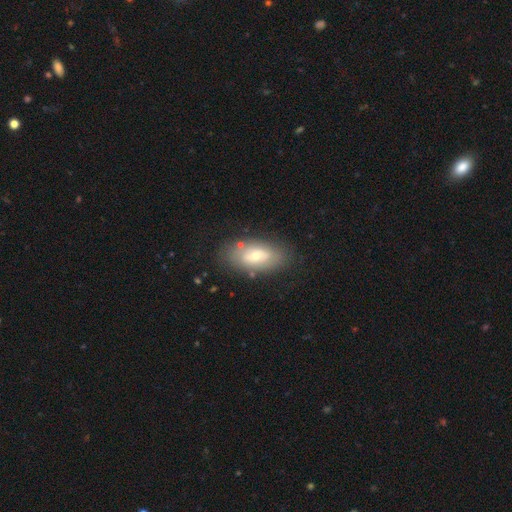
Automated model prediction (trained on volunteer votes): smooth 53%, featured or disk 40%, star or artifact 8%. Down the decision tree: how rounded — in between (91%); merging — none (76%).